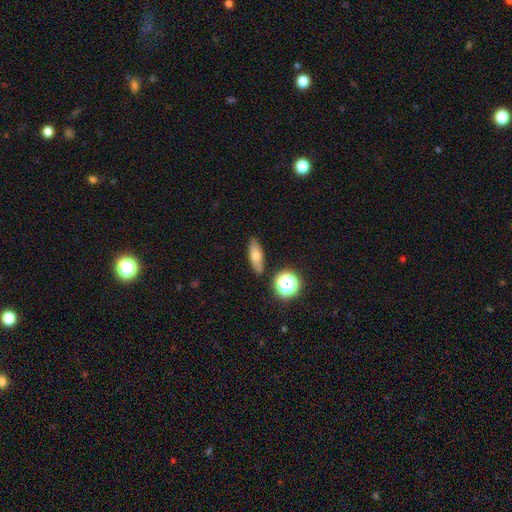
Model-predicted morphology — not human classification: The model was most divided on "how rounded": in between: 53%, cigar-shaped: 37%, round: 10%. More confident: merging — none (86%); smooth or featured — smooth (66%).